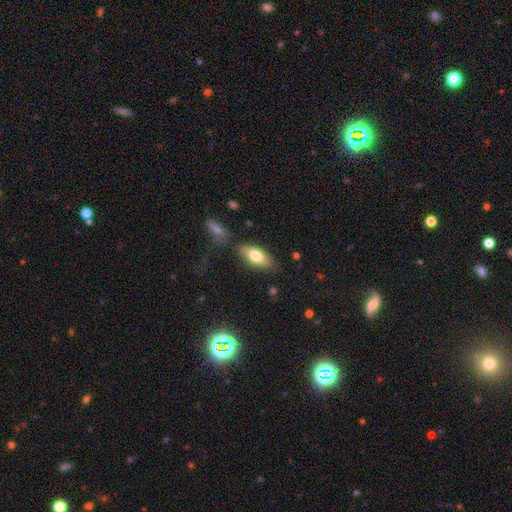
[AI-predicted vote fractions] A smooth galaxy with no disk features (73%) that is in between round and cigar-shaped (81%).

Vote fractions:
- Smooth or featured? smooth: 73% / featured or disk: 21% / star or artifact: 6%
- How rounded? in between: 81% / cigar-shaped: 16% / round: 3%
- Merging? none: 77% / minor disturbance: 15% / merger: 5% / major disturbance: 4%